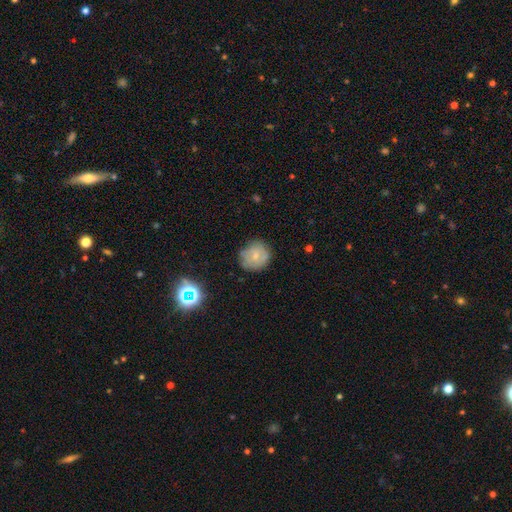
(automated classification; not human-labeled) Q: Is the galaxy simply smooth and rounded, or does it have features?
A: smooth — 59%.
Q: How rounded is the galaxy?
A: round — 86%.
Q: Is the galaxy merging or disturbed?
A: none — 76%.